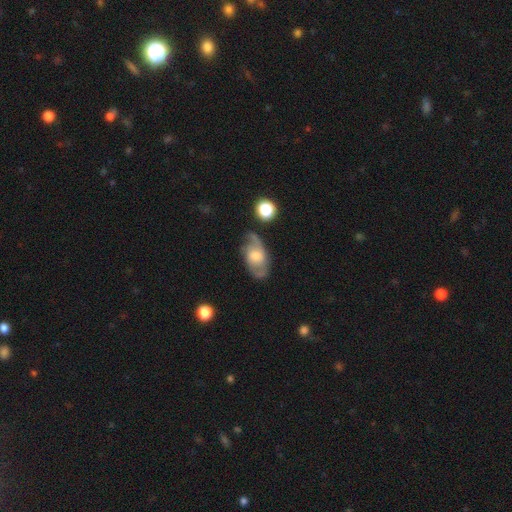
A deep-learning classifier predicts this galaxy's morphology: type=featured or disk (69%); edge-on=no (95%); bar=no (60%); spiral arms=yes (88%); winding=medium (47%); arm count=2 (76%); bulge=moderate (52%); merging=none (61%).